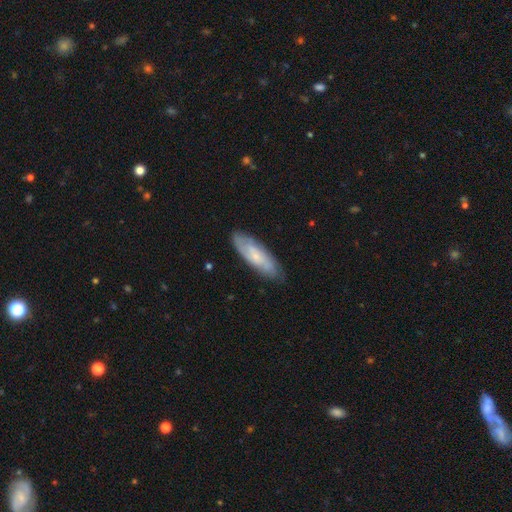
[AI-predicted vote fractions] featured or disk 49%, smooth 45%, star or artifact 6%. Down the decision tree: merging — none (79%).